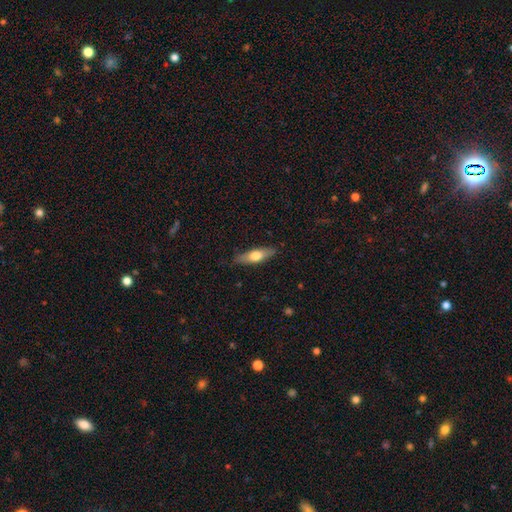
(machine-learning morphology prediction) smooth-or-featured: smooth: 59% | featured or disk: 36% | star or artifact: 6%
  how-rounded: cigar-shaped: 56% | in between: 41% | round: 2%
  merging: none: 85% | minor disturbance: 12% | major disturbance: 2% | merger: 1%